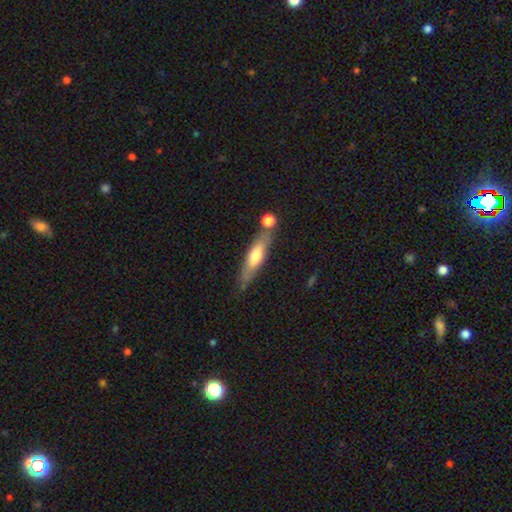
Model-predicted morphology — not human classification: smooth_or_featured: smooth (p=0.52) [alt: featured or disk p=0.42]
how_rounded: cigar-shaped (p=0.75) [alt: in between p=0.23]
merging: none (p=0.69) [alt: minor disturbance p=0.16]